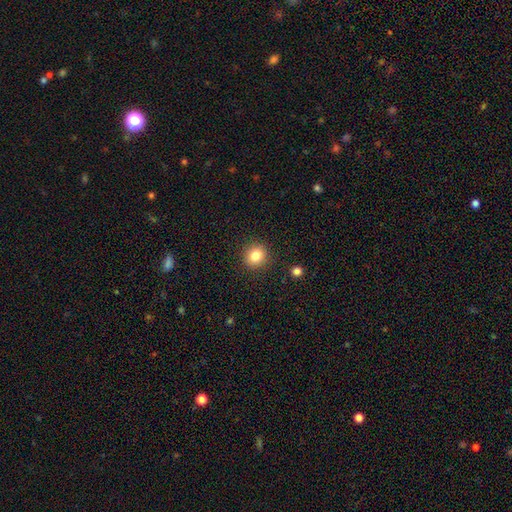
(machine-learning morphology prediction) A smooth galaxy with no disk features (82%) that is round (86%). Merging: none (90%).